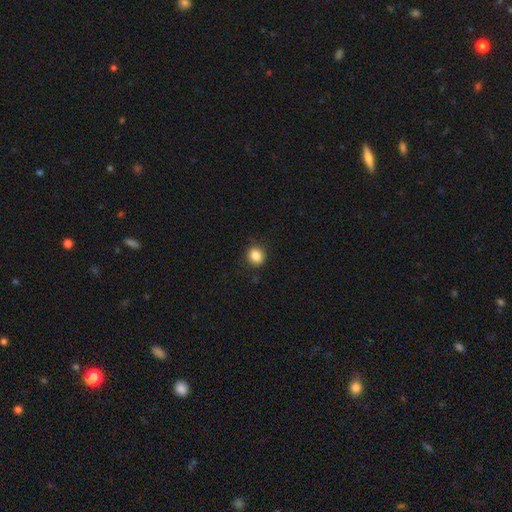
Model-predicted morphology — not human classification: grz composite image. It shows a smooth galaxy with no disk features (85%) that is round (74%). Merging: none (85%).